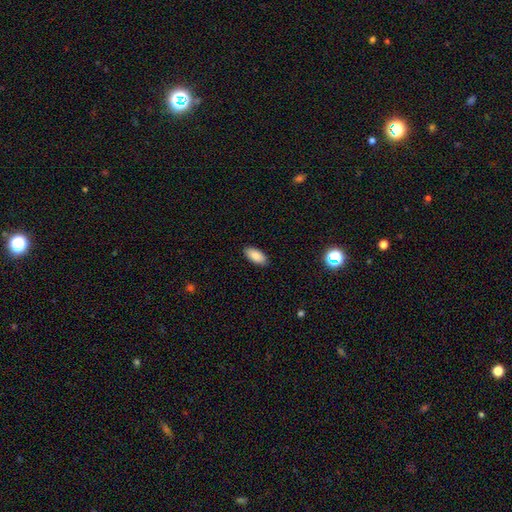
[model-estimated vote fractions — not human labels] Smooth or featured? smooth (87%)
How rounded? in between (91%)
Merging? none (89%)